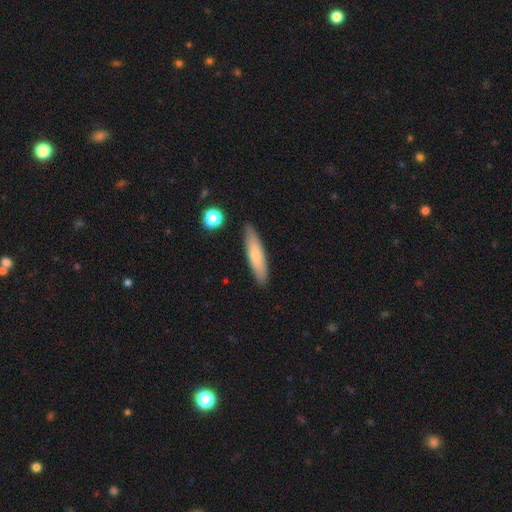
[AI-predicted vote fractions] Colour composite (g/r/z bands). It shows a smooth galaxy with no disk features (68%) that is cigar-shaped (82%). Merging: none (87%).